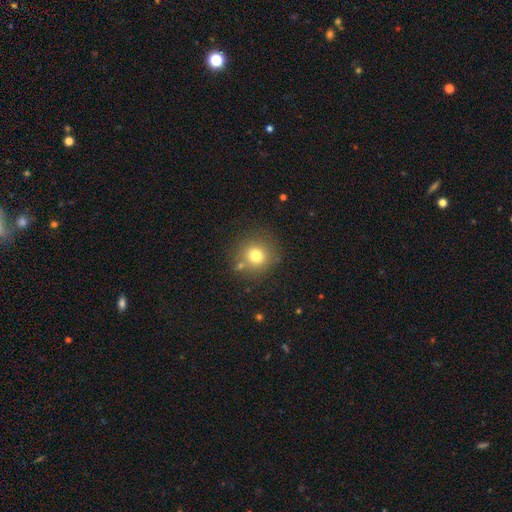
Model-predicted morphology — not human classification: A smooth galaxy with no disk features (76%) that is round (91%). Merging: none (80%).